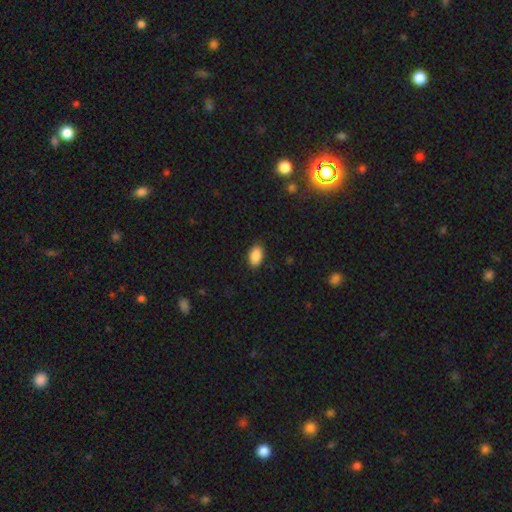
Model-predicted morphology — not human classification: Smooth or featured?
  - smooth: 89% *
  - star or artifact: 7%
  - featured or disk: 4%
How rounded?
  - in between: 93% *
  - round: 6%
  - cigar-shaped: 2%
Merging?
  - none: 87% *
  - minor disturbance: 10%
  - major disturbance: 2%
  - merger: 1%